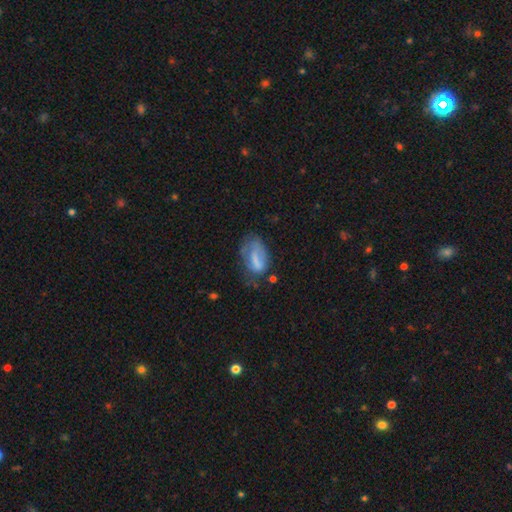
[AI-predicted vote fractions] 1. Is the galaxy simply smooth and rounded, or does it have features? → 56% smooth, 35% featured or disk, 9% star or artifact.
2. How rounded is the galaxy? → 87% in between, 7% cigar-shaped, 6% round.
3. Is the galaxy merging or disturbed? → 38% none, 33% minor disturbance, 25% major disturbance, 4% merger.